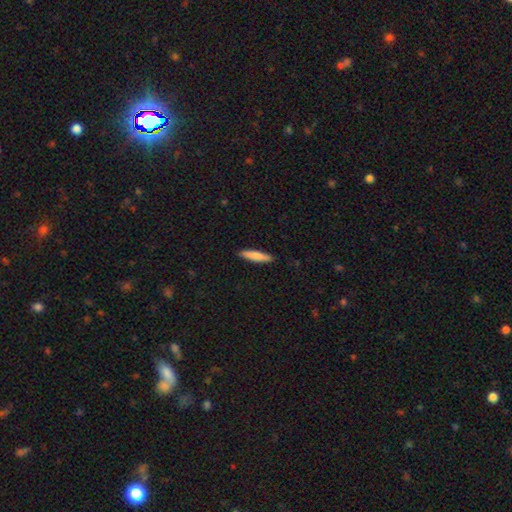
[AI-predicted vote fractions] smooth_or_featured: smooth (p=0.79) [alt: featured or disk p=0.16]
how_rounded: cigar-shaped (p=0.87) [alt: in between p=0.12]
merging: none (p=0.91) [alt: minor disturbance p=0.07]